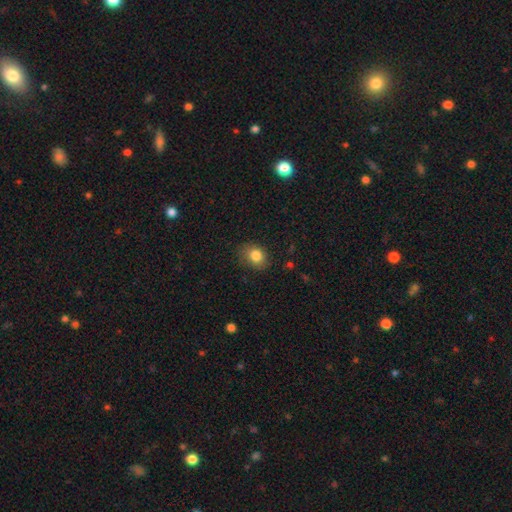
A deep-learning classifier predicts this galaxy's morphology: A smooth galaxy with no disk features (83%) that is in between round and cigar-shaped (50%).

Vote fractions:
- Smooth or featured? smooth: 83% / star or artifact: 10% / featured or disk: 7%
- How rounded? in between: 50% / round: 49% / cigar-shaped: 1%
- Merging? none: 76% / minor disturbance: 18% / major disturbance: 5% / merger: 1%